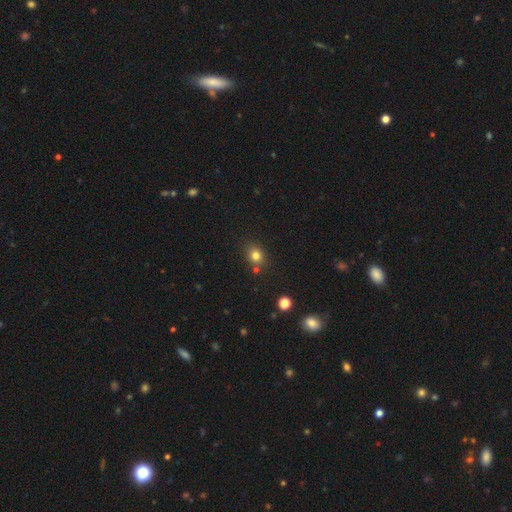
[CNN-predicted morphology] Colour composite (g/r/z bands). It shows a smooth galaxy with no disk features (79%) that is round (69%). Merging: none (76%).